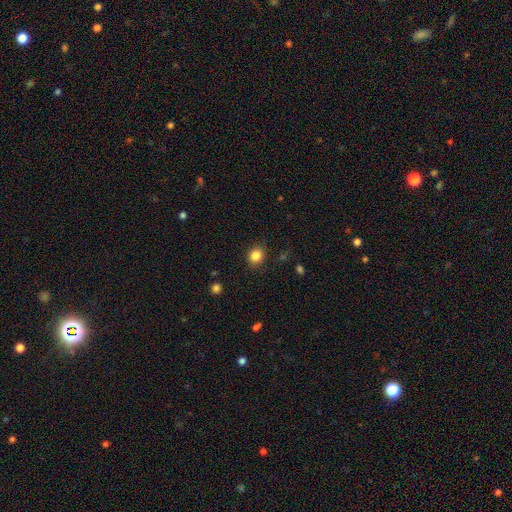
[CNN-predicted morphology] type=smooth (85%); roundness=round (78%); merging=none (87%).